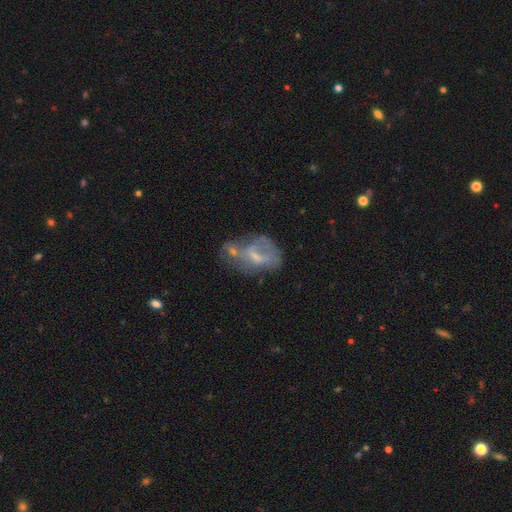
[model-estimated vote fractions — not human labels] This appears to be a featured or disk galaxy (53%) with no bar (52%), no spiral arms (74%) and a small central bulge (38%). Merging: major disturbance (28%).